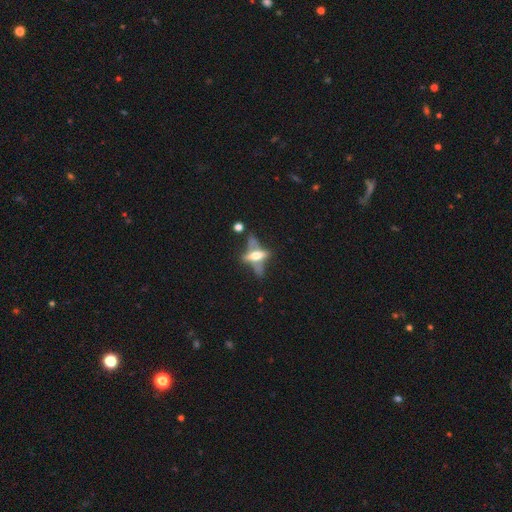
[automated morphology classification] The model was most divided on "merging": none: 42%, major disturbance: 23%, merger: 19%, minor disturbance: 17%. More confident: edge-on bulge — rounded (91%); edge-on disk — yes (78%); smooth or featured — featured or disk (65%).